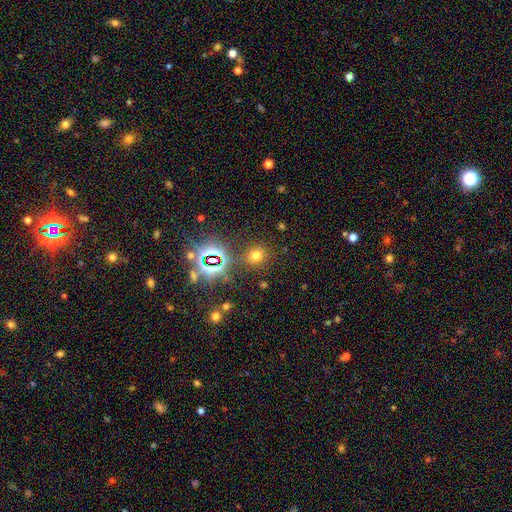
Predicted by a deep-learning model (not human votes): This is likely a smooth galaxy (61%). How rounded: clearly round (84%). Merging: clearly none (82%).